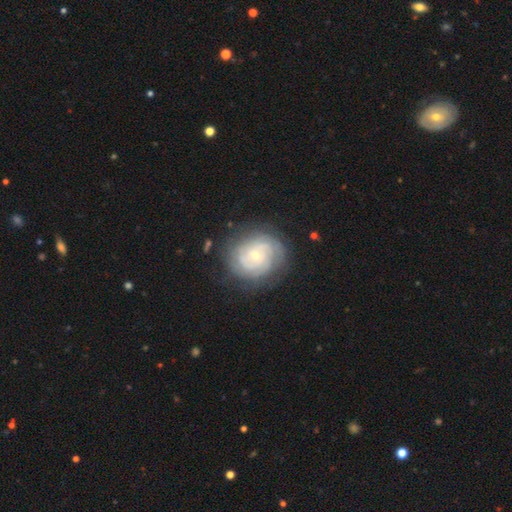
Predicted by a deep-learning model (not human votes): smooth-or-featured: featured or disk: 70% | smooth: 21% | star or artifact: 9%
  disk-edge-on: no: 97% | yes: 3%
    bar: no: 75% | weak: 20% | strong: 5%
    has-spiral-arms: yes: 88% | no: 12%
      spiral-winding: tight: 73% | medium: 20% | loose: 7%
      spiral-arm-count: can't tell: 45% | 2: 24% | 3: 12% | 4: 8% | more than 4: 6% | 1: 5%
    bulge-size: small: 63% | moderate: 32% | large: 2% | none: 1% | dominant: 1%
  merging: none: 79% | minor disturbance: 14% | major disturbance: 6% | merger: 1%